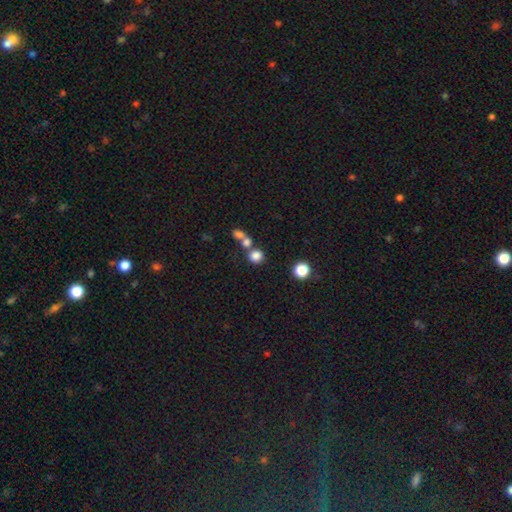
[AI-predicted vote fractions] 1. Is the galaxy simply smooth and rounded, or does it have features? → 80% smooth, 13% star or artifact, 7% featured or disk.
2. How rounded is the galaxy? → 84% round, 15% in between, 1% cigar-shaped.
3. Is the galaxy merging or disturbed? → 56% none, 31% merger, 8% minor disturbance, 4% major disturbance.